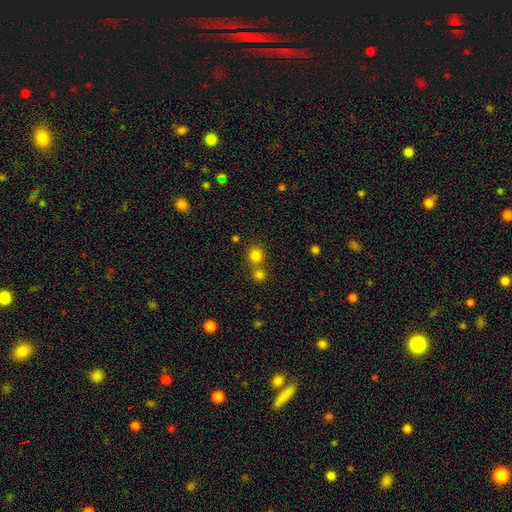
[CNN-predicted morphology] smooth-or-featured: smooth: 80% | star or artifact: 15% | featured or disk: 6%
  how-rounded: round: 88% | in between: 11% | cigar-shaped: 1%
  merging: none: 59% | merger: 32% | minor disturbance: 6% | major disturbance: 2%